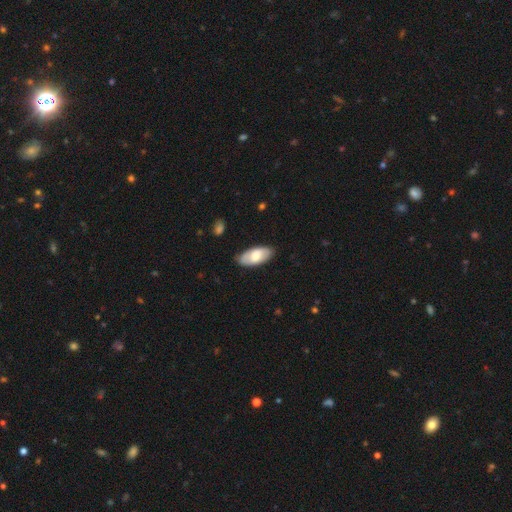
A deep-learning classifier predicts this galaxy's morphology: A smooth galaxy with no disk features (68%) that is in between round and cigar-shaped (91%).

Vote fractions:
- Smooth or featured? smooth: 68% / featured or disk: 26% / star or artifact: 5%
- How rounded? in between: 91% / cigar-shaped: 7% / round: 2%
- Merging? none: 83% / minor disturbance: 14% / major disturbance: 2% / merger: 1%